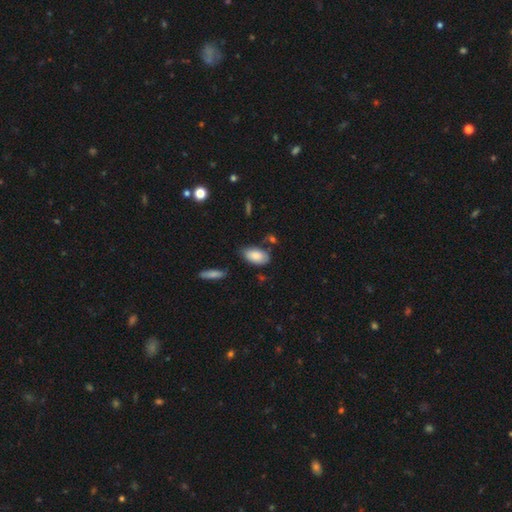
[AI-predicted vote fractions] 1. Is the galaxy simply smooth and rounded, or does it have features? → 83% smooth, 10% featured or disk, 7% star or artifact.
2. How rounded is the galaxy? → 94% in between, 3% round, 3% cigar-shaped.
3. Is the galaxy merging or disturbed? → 70% none, 20% minor disturbance, 6% merger, 4% major disturbance.